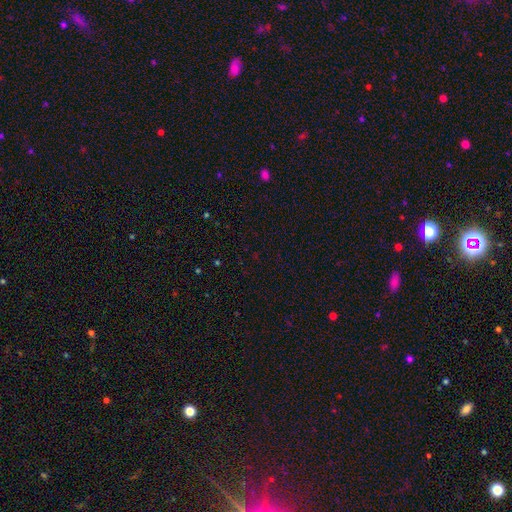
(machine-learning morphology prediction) Overall: star or artifact (69%).